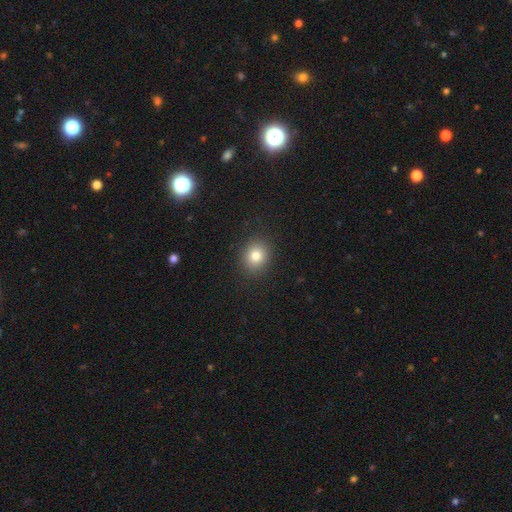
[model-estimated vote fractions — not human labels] Smooth or featured: smooth — 80% (star or artifact — 12%)
How rounded: round — 71% (in between — 28%)
Merging: none — 89% (minor disturbance — 7%)